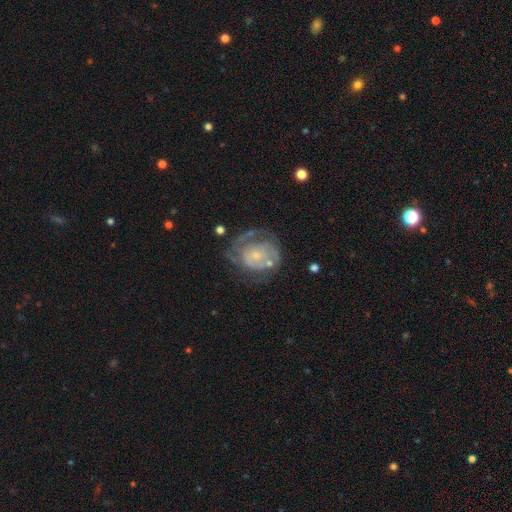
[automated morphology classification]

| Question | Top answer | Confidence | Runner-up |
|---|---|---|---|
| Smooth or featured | featured or disk | 73% | smooth (20%) |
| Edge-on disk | no | 98% | yes (2%) |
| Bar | no | 79% | weak (17%) |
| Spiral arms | yes | 68% | no (32%) |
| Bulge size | small | 72% | moderate (19%) |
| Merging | none | 48% | major disturbance (25%) |